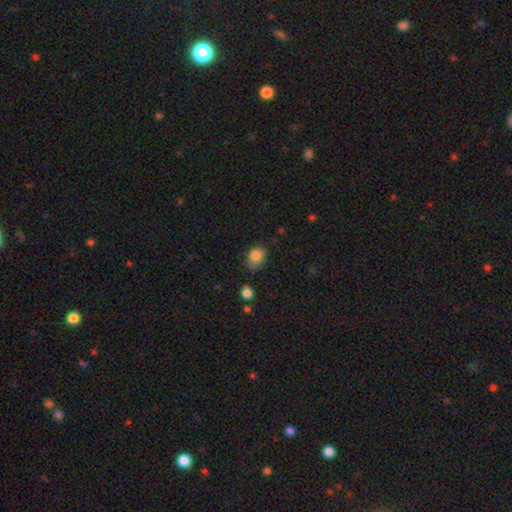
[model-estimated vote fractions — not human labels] Smooth or featured: smooth — 85% (star or artifact — 10%)
How rounded: in between — 57% (round — 42%)
Merging: none — 68% (minor disturbance — 25%)